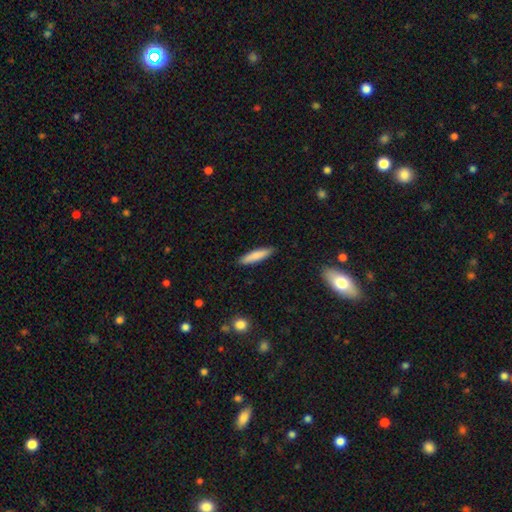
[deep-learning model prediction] smooth-or-featured: smooth: 83% | featured or disk: 12% | star or artifact: 6%
  how-rounded: cigar-shaped: 83% | in between: 15% | round: 1%
  merging: none: 89% | minor disturbance: 8% | major disturbance: 2% | merger: 1%